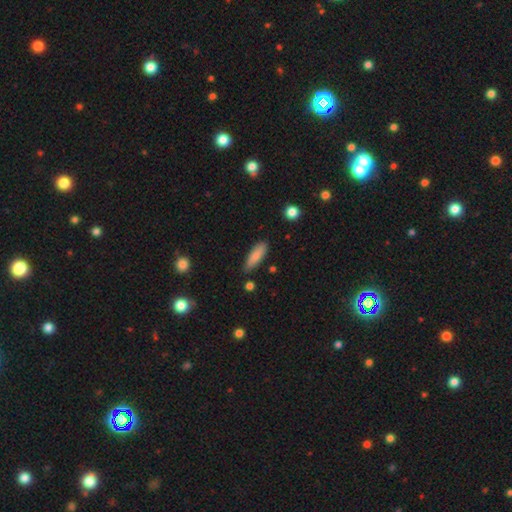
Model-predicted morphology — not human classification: smooth 80%, featured or disk 13%, star or artifact 6%. Down the decision tree: how rounded — in between (55%); merging — none (82%).